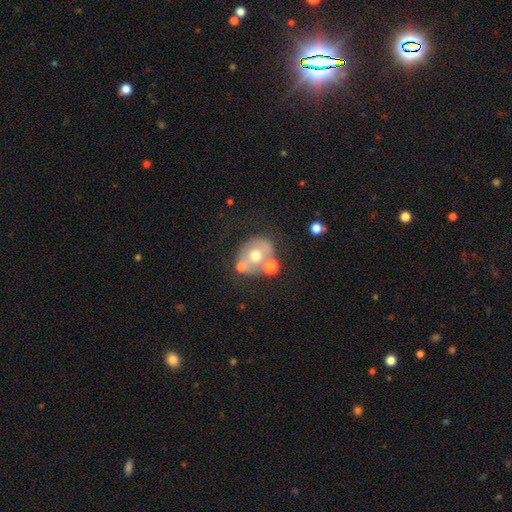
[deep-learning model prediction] smooth_or_featured: smooth (p=0.50) [alt: featured or disk p=0.38]
how_rounded: round (p=0.61) [alt: in between p=0.38]
merging: none (p=0.52) [alt: merger p=0.25]